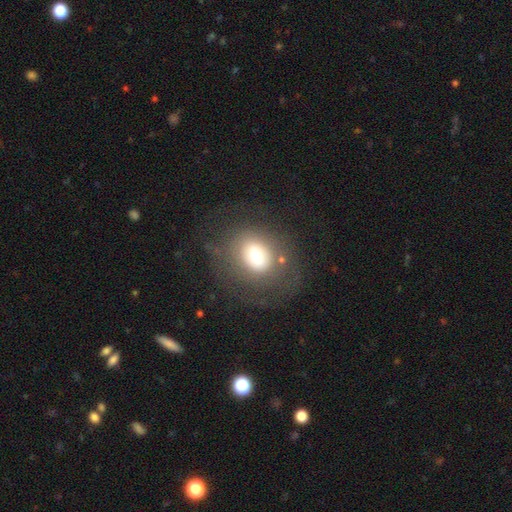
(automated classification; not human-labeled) The model was most divided on "how rounded": round: 59%, in between: 40%, cigar-shaped: 1%. More confident: merging — none (65%); smooth or featured — smooth (59%).